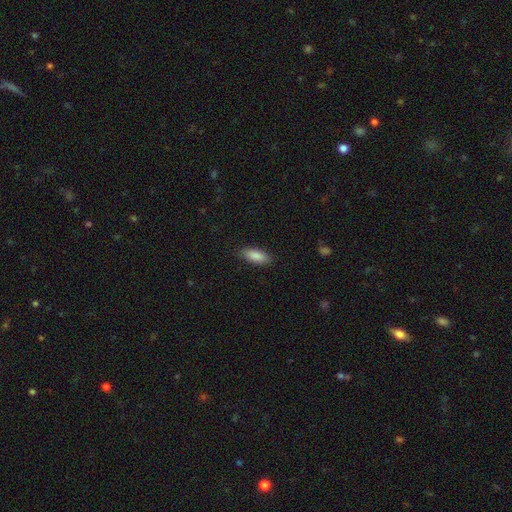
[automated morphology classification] This appears to be a smooth galaxy with no disk features (88%) that is in between round and cigar-shaped (76%). Merging: none (86%).